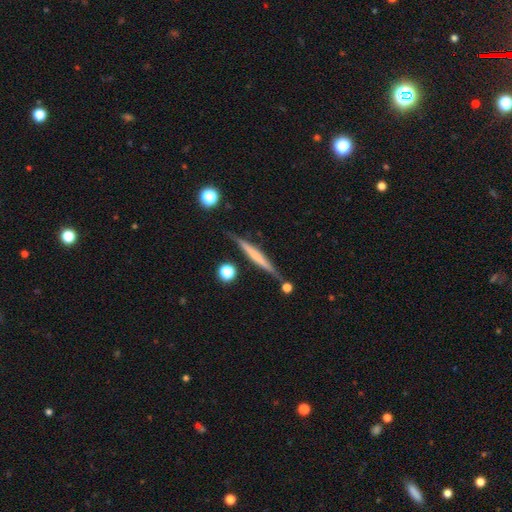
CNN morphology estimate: Overall: featured or disk (59%; smooth 35%). Edge-on disk: yes (97%). Edge-on bulge: none (61%; rounded 22%). Merging: none (81%).